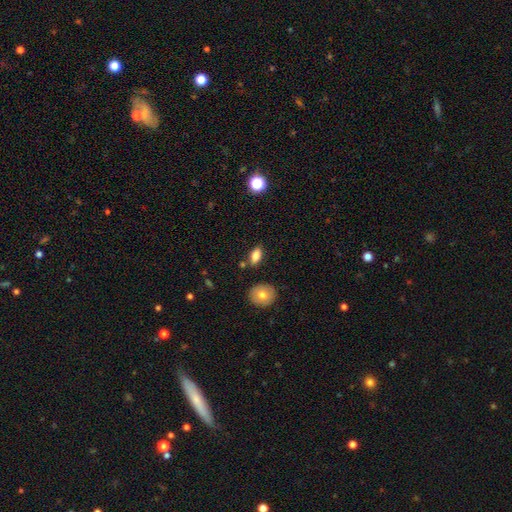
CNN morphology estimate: A smooth galaxy with no disk features (78%) that is in between round and cigar-shaped (85%). Merging: none (81%).